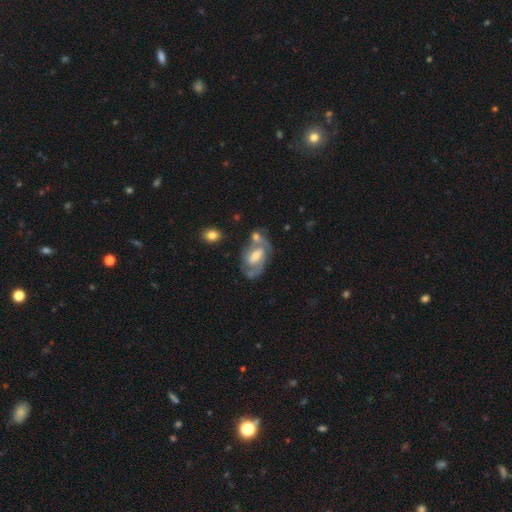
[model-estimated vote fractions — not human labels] Smooth or featured? Predicted: featured or disk (p=0.80). Edge-on disk? Predicted: no (p=0.96). Bar? Predicted: weak (p=0.47). Spiral arms? Predicted: yes (p=0.89). Spiral winding? Predicted: medium (p=0.47). Spiral arm count? Predicted: 2 (p=0.73). Bulge size? Predicted: moderate (p=0.51). Merging? Predicted: none (p=0.53).